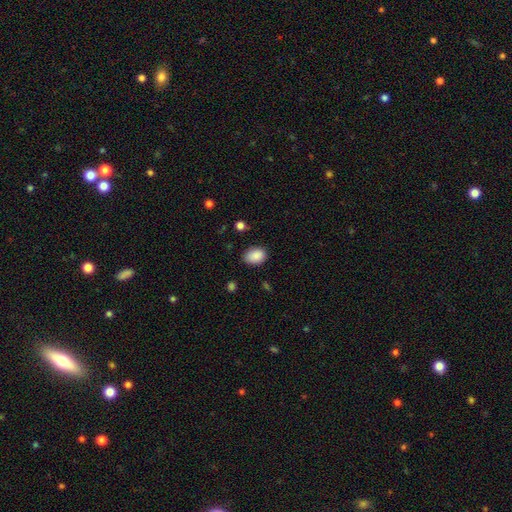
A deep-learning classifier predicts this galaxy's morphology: smooth 89%, star or artifact 8%, featured or disk 3%. Down the decision tree: how rounded — in between (76%); merging — none (79%).